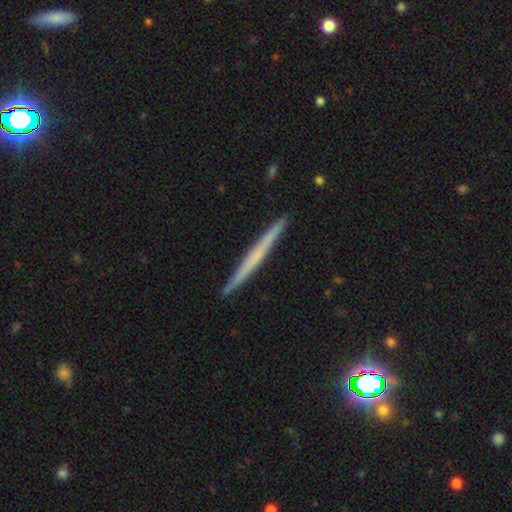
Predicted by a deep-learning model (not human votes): smooth-or-featured: featured or disk: 51% | smooth: 43% | star or artifact: 6%
  disk-edge-on: yes: 98% | no: 2%
  merging: none: 92% | minor disturbance: 5% | major disturbance: 1% | merger: 1%